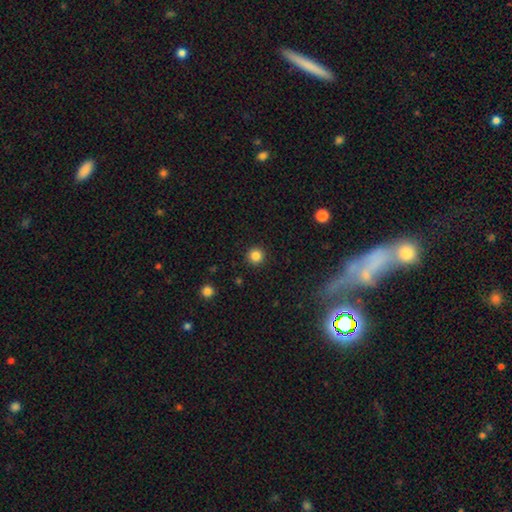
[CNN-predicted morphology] A smooth galaxy with no disk features (85%) that is round (95%).

Vote fractions:
- Smooth or featured? smooth: 85% / star or artifact: 12% / featured or disk: 4%
- How rounded? round: 95% / in between: 4% / cigar-shaped: 1%
- Merging? none: 92% / minor disturbance: 5% / major disturbance: 2% / merger: 1%